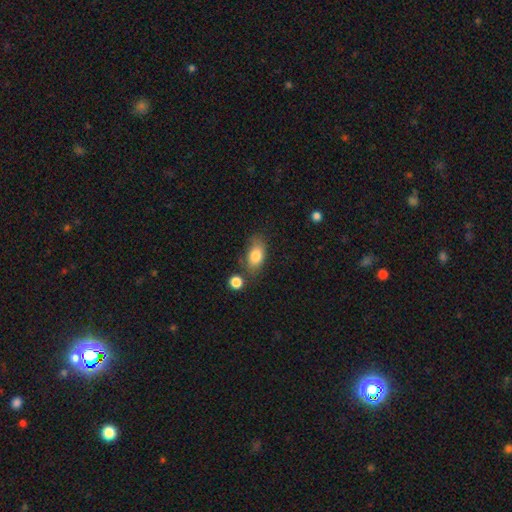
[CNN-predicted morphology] A smooth galaxy with no disk features (81%) that is in between round and cigar-shaped (87%).

Vote fractions:
- Smooth or featured? smooth: 81% / featured or disk: 11% / star or artifact: 8%
- How rounded? in between: 87% / round: 9% / cigar-shaped: 3%
- Merging? none: 65% / minor disturbance: 20% / merger: 9% / major disturbance: 6%